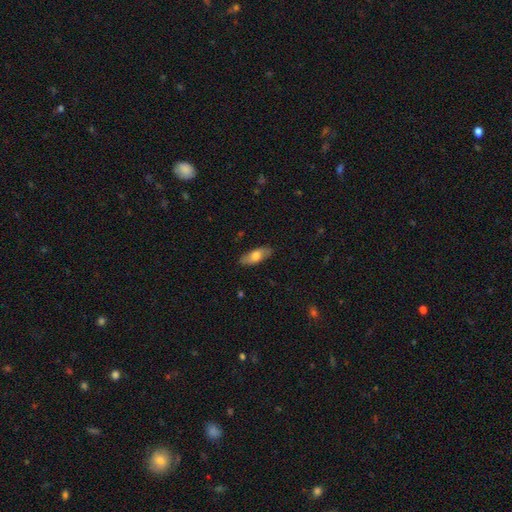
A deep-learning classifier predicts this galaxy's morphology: smooth_or_featured: smooth (p=0.68) [alt: featured or disk p=0.26]
how_rounded: in between (p=0.77) [alt: cigar-shaped p=0.20]
merging: none (p=0.85) [alt: minor disturbance p=0.12]